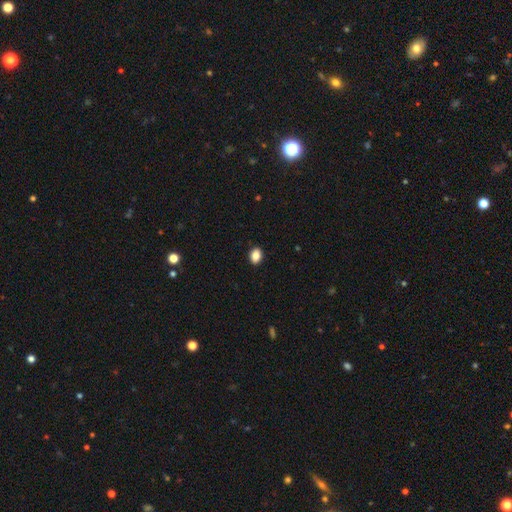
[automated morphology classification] Smooth or featured? Predicted: smooth (p=0.87). How rounded? Predicted: in between (p=0.74). Merging? Predicted: none (p=0.90).